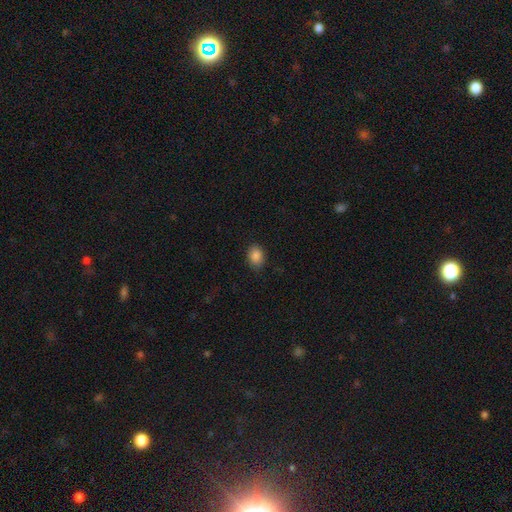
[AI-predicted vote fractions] A smooth galaxy with no disk features (87%) that is in between round and cigar-shaped (69%).

Vote fractions:
- Smooth or featured? smooth: 87% / star or artifact: 9% / featured or disk: 4%
- How rounded? in between: 69% / round: 30% / cigar-shaped: 1%
- Merging? none: 87% / minor disturbance: 10% / major disturbance: 2% / merger: 1%